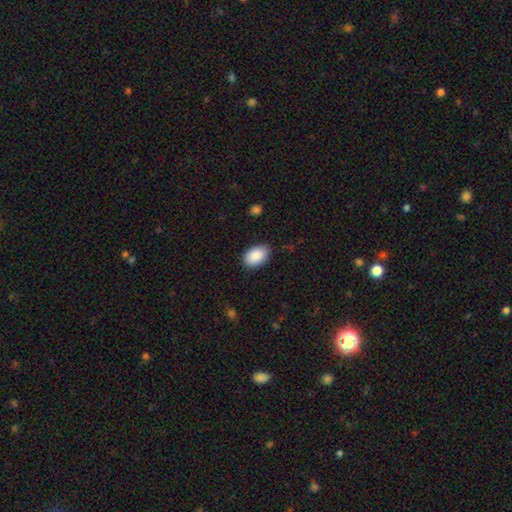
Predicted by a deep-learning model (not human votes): A smooth galaxy with no disk features (89%) that is in between round and cigar-shaped (89%).

Vote fractions:
- Smooth or featured? smooth: 89% / star or artifact: 7% / featured or disk: 4%
- How rounded? in between: 89% / round: 10% / cigar-shaped: 1%
- Merging? none: 83% / minor disturbance: 13% / major disturbance: 2% / merger: 1%